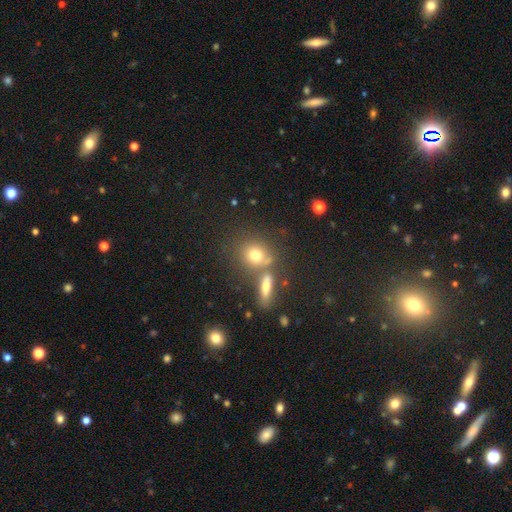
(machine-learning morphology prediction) Q: Smooth or featured?
A: smooth (73%); runner-up: featured or disk (14%)
Q: How rounded?
A: round (70%); runner-up: in between (27%)
Q: Merging?
A: none (58%); runner-up: merger (27%)